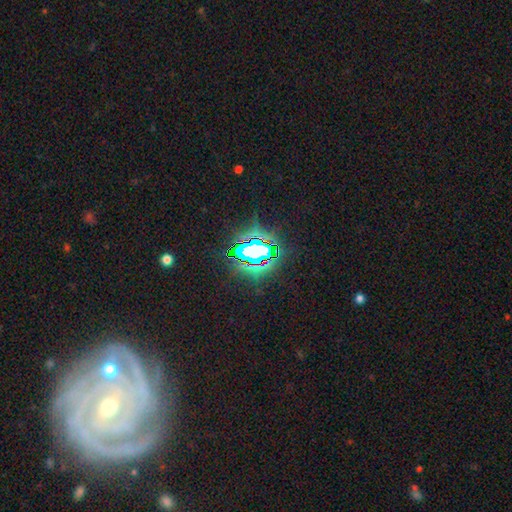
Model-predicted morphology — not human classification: The model was most divided on "smooth or featured": star or artifact: 74%, smooth: 15%, featured or disk: 11%.